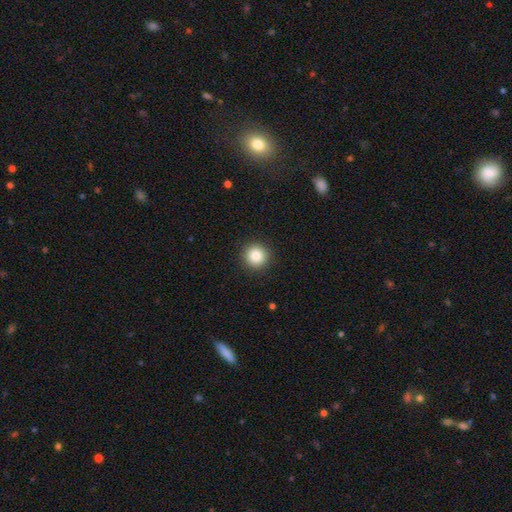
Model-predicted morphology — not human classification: A smooth galaxy with no disk features (86%) that is round (95%). Merging: none (92%).